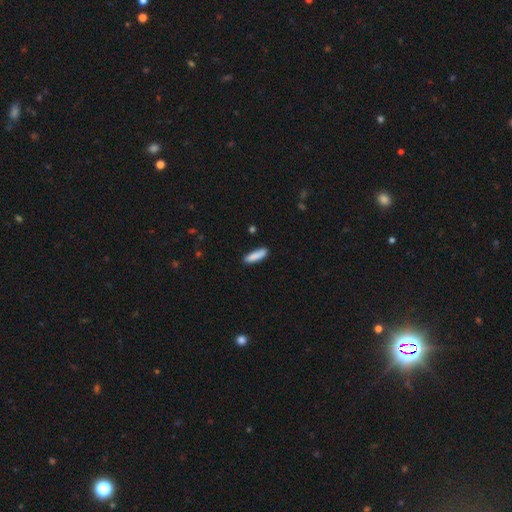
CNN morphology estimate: This is clearly a smooth galaxy (88%). How rounded: likely cigar-shaped (67%). Merging: clearly none (86%).